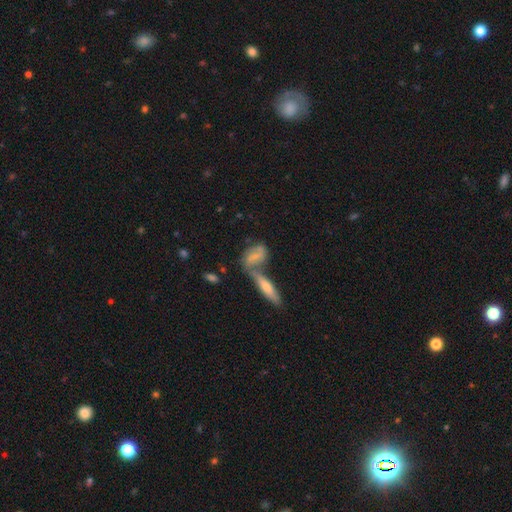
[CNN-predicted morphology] Q: Smooth or featured?
A: featured or disk (47%); runner-up: smooth (45%)
Q: Merging?
A: merger (45%); runner-up: none (36%)